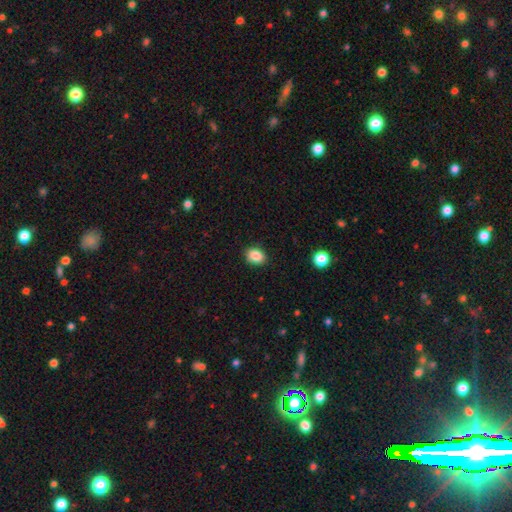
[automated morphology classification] Smooth or featured?
  - smooth: 87% *
  - star or artifact: 9%
  - featured or disk: 4%
How rounded?
  - in between: 67% *
  - round: 32%
  - cigar-shaped: 1%
Merging?
  - none: 88% *
  - minor disturbance: 9%
  - major disturbance: 2%
  - merger: 1%